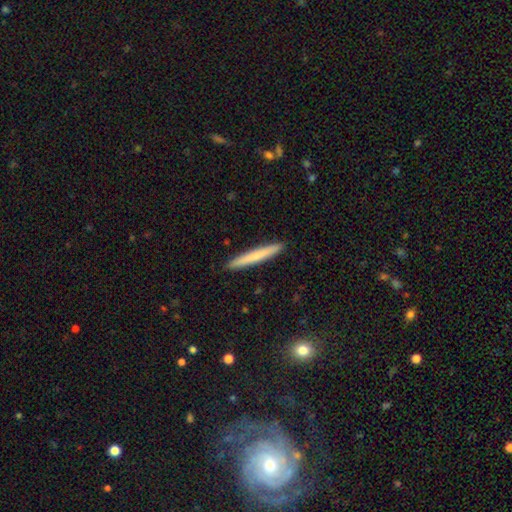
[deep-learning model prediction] smooth_or_featured: smooth (p=0.71) [alt: featured or disk p=0.23]
how_rounded: cigar-shaped (p=0.97) [alt: in between p=0.02]
merging: none (p=0.92) [alt: minor disturbance p=0.05]